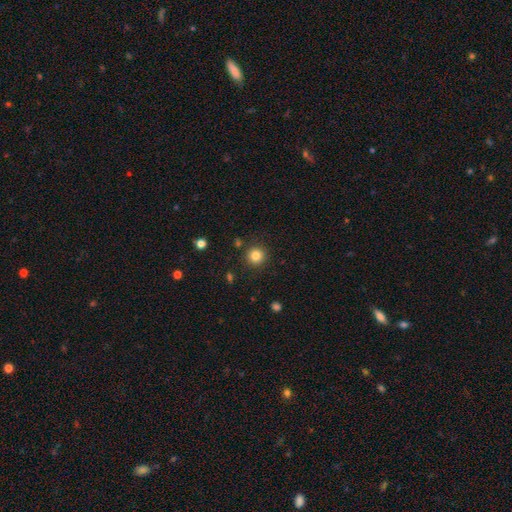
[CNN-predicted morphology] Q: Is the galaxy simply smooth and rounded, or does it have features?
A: smooth — 83%.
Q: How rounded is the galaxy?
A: round — 94%.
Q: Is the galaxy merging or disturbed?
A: none — 89%.